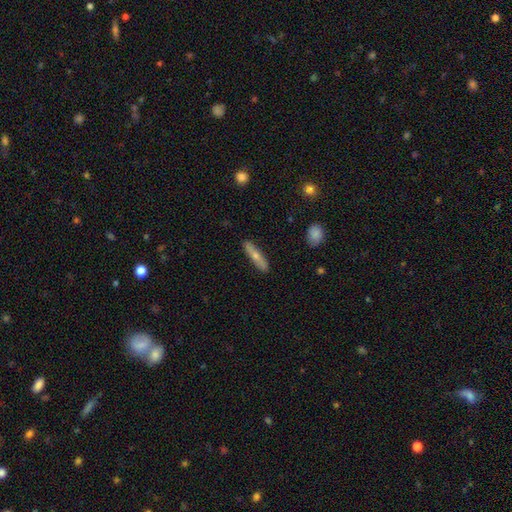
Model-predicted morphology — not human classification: smooth_or_featured: smooth (p=0.58) [alt: featured or disk p=0.36]
how_rounded: cigar-shaped (p=0.83) [alt: in between p=0.15]
merging: none (p=0.87) [alt: minor disturbance p=0.10]